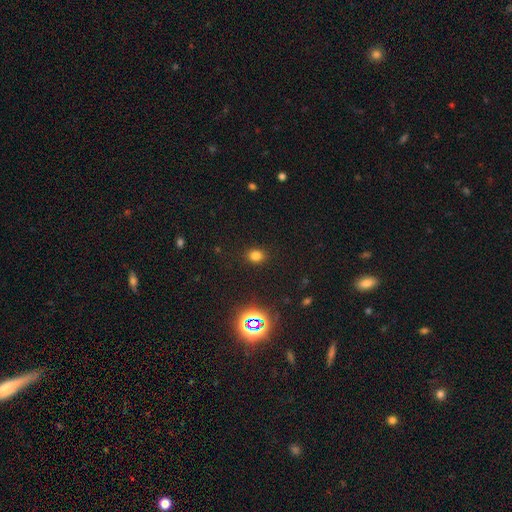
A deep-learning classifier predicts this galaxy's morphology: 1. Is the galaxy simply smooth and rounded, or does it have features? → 74% smooth, 20% star or artifact, 5% featured or disk.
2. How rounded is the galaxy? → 57% round, 42% in between, 1% cigar-shaped.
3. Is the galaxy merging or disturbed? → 87% none, 9% minor disturbance, 3% major disturbance, 1% merger.